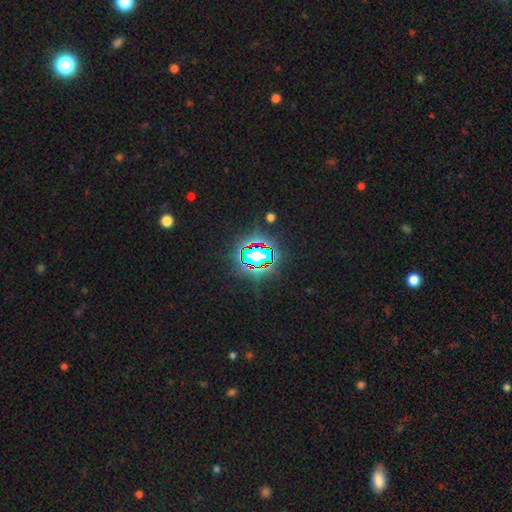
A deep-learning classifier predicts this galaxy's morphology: smooth_or_featured: star or artifact (p=0.70) [alt: smooth p=0.18]